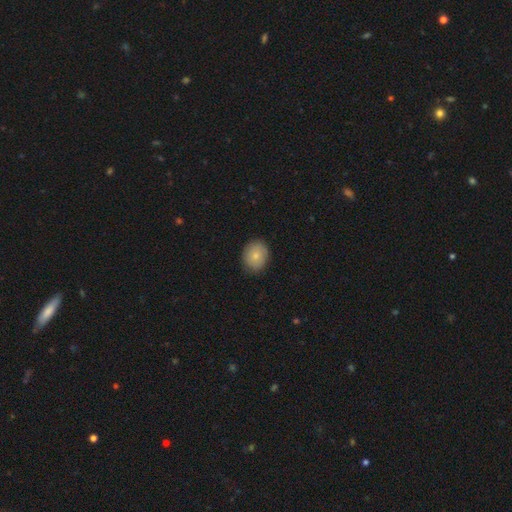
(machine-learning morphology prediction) The model was most divided on "how rounded": round: 58%, in between: 41%, cigar-shaped: 1%. More confident: merging — none (86%); smooth or featured — smooth (79%).